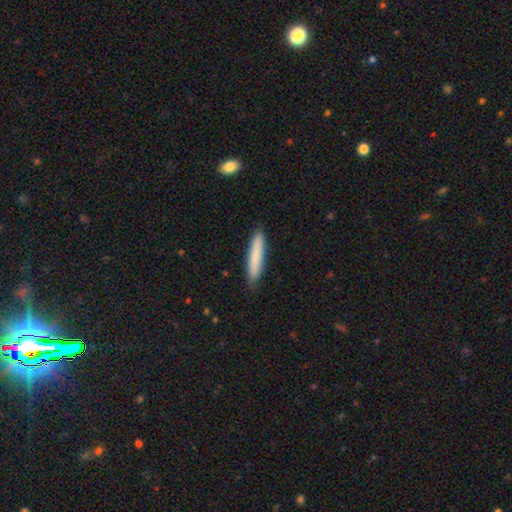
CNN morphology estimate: This is clearly a smooth galaxy (82%). How rounded: clearly cigar-shaped (91%). Merging: clearly none (87%).